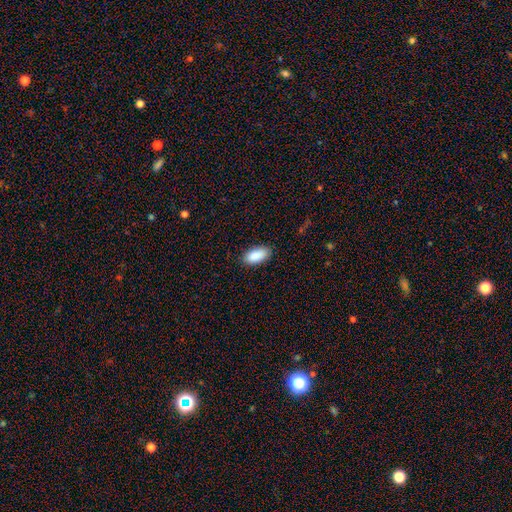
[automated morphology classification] Q: Smooth or featured?
A: smooth (89%); runner-up: star or artifact (6%)
Q: How rounded?
A: in between (93%); runner-up: cigar-shaped (5%)
Q: Merging?
A: none (87%); runner-up: minor disturbance (10%)